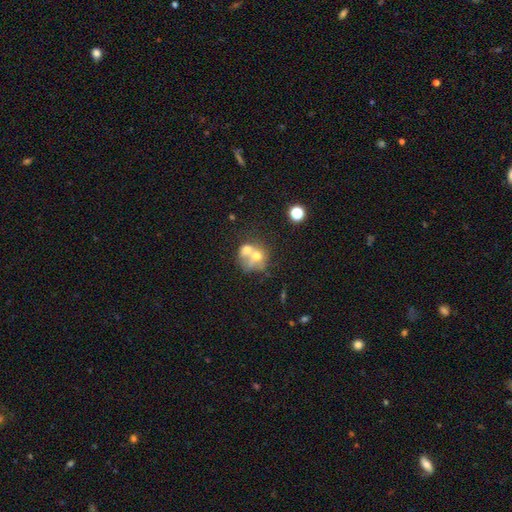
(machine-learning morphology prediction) smooth 55%, featured or disk 33%, star or artifact 12%. Down the decision tree: how rounded — round (67%); merging — merger (64%).